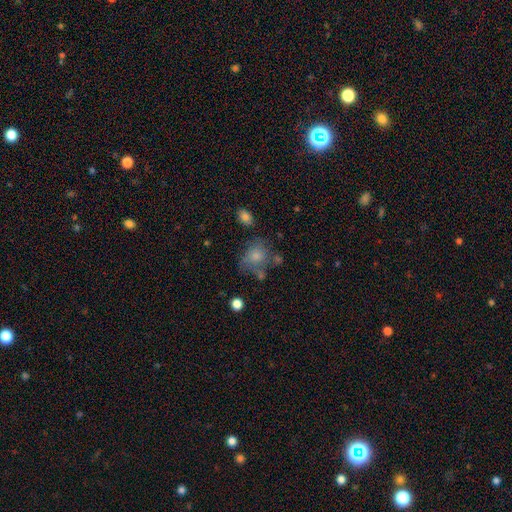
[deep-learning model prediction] smooth_or_featured: smooth (p=0.72) [alt: featured or disk p=0.18]
how_rounded: round (p=0.59) [alt: in between p=0.40]
merging: none (p=0.46) [alt: minor disturbance p=0.24]